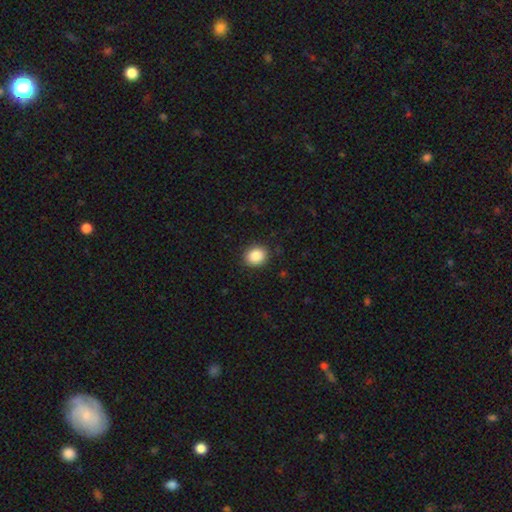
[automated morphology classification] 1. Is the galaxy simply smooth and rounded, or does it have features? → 87% smooth, 9% star or artifact, 4% featured or disk.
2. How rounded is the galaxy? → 71% round, 28% in between, 1% cigar-shaped.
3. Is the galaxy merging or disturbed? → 89% none, 8% minor disturbance, 2% major disturbance, 1% merger.